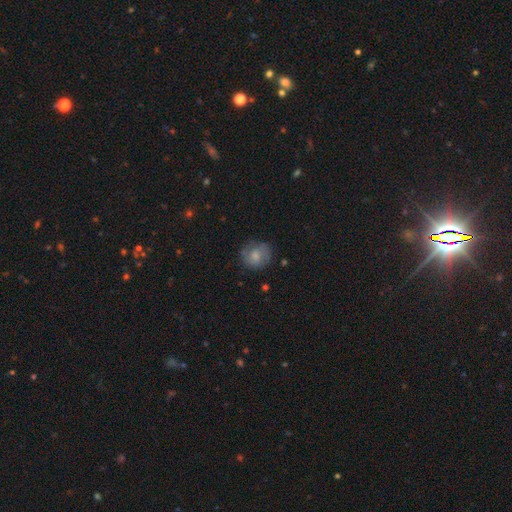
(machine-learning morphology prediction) This is possibly a smooth galaxy (59%). How rounded: clearly round (81%). Merging: likely none (72%).